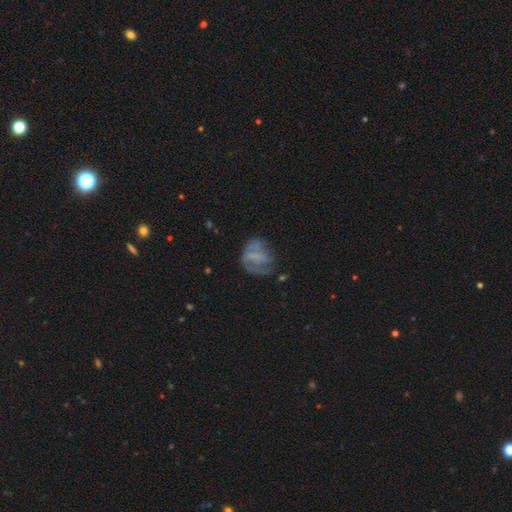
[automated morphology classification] This appears to be a featured or disk galaxy (54%) with no bar (57%), no spiral arms (51%) and no central bulge (66%). Merging: none (42%).